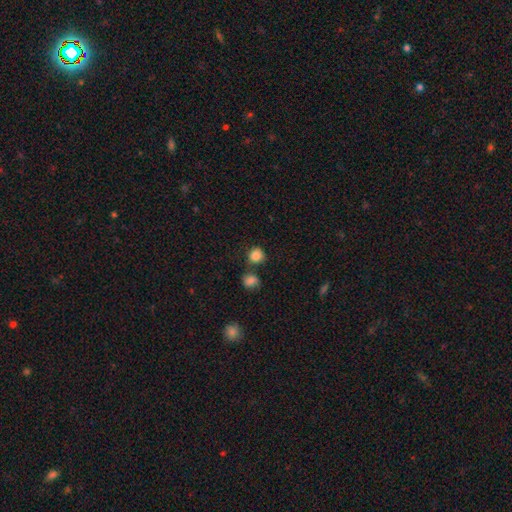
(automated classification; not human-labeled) Smooth or featured? Predicted: smooth (p=0.85). How rounded? Predicted: round (p=0.86). Merging? Predicted: none (p=0.68).